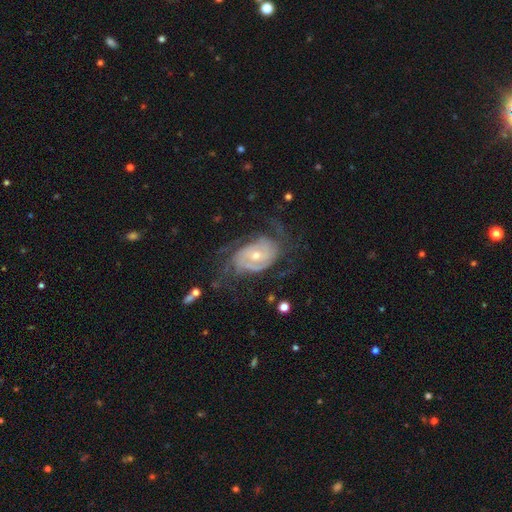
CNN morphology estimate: A featured or disk galaxy (85%) with no bar (65%), tight (58%) spiral arms (93%) and a small central bulge (50%). Merging: none (54%).